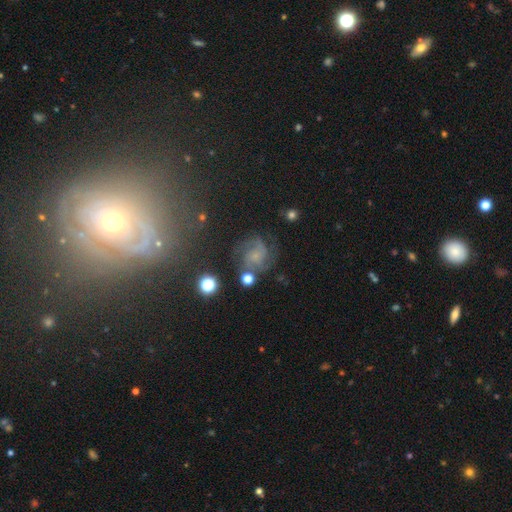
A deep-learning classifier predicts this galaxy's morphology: This is likely a featured or disk galaxy (75%). It is clearly not viewed edge-on (98%). Bar: likely no (64%). Spiral arm pattern: clearly yes (95%). Spiral arm count: marginally 3 (34%, tied with 2). Spiral winding: possibly medium (49%). Central bulge: possibly small (52%). Merging: likely none (65%).